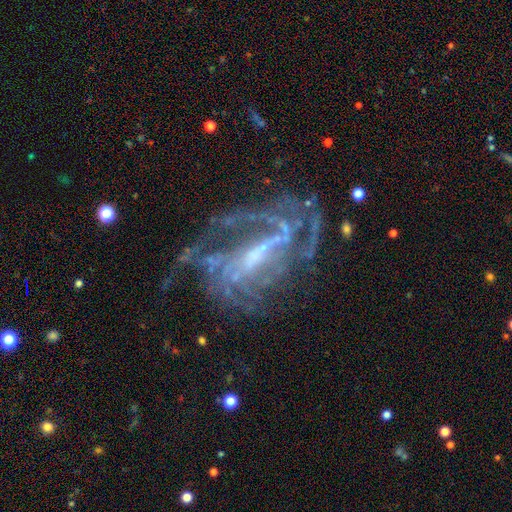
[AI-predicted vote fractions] A featured or disk galaxy (85%) with a strong bar (47%), tight (42%, tied with medium) spiral arms (89%) and a small central bulge (36%). Merging: none (53%).